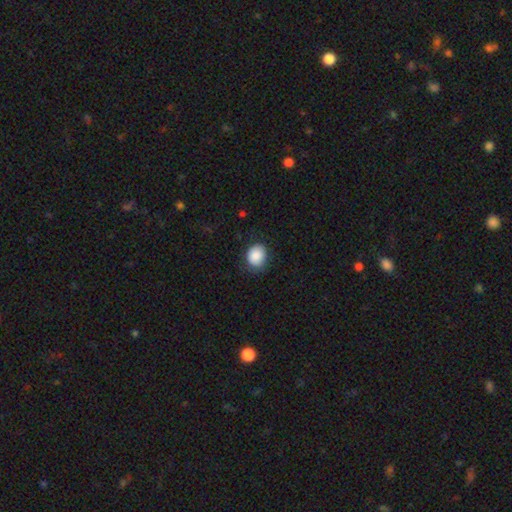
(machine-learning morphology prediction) Q: Smooth or featured?
A: smooth (88%); runner-up: star or artifact (8%)
Q: How rounded?
A: round (58%); runner-up: in between (41%)
Q: Merging?
A: none (76%); runner-up: minor disturbance (18%)